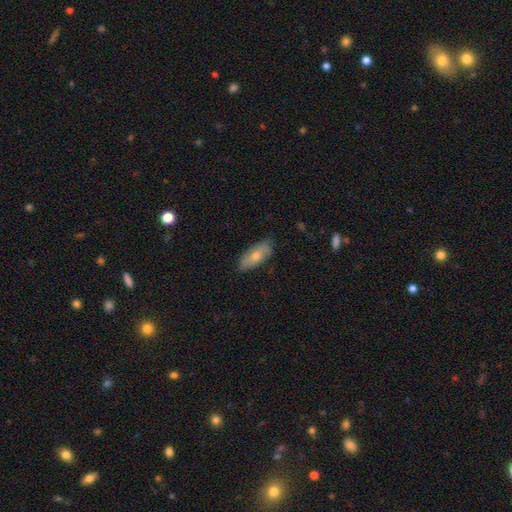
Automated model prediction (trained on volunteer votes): This appears to be a smooth galaxy with no disk features (57%) that is in between round and cigar-shaped (74%). Merging: none (83%).